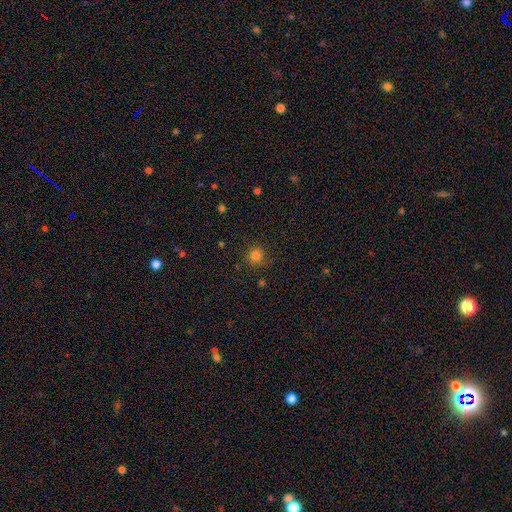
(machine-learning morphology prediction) Smooth or featured: smooth — 80% (star or artifact — 15%)
How rounded: round — 91% (in between — 8%)
Merging: none — 84% (minor disturbance — 11%)